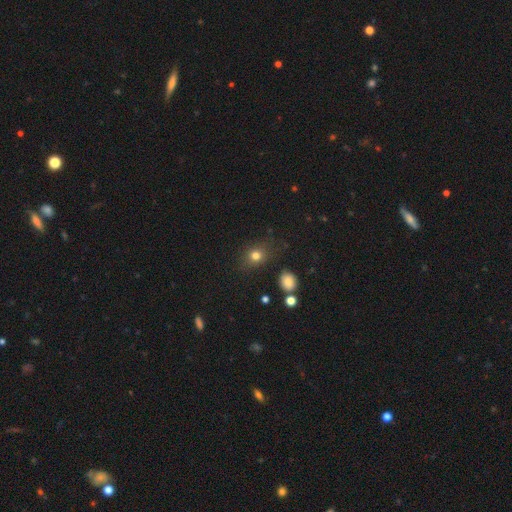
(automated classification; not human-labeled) smooth 77%, star or artifact 15%, featured or disk 8%. Down the decision tree: how rounded — round (67%); merging — none (81%).